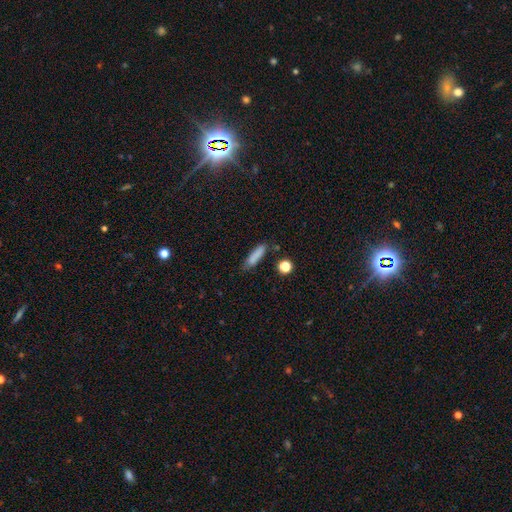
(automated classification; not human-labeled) A smooth galaxy with no disk features (82%) that is cigar-shaped (72%).

Vote fractions:
- Smooth or featured? smooth: 82% / star or artifact: 9% / featured or disk: 9%
- How rounded? cigar-shaped: 72% / in between: 25% / round: 3%
- Merging? none: 72% / minor disturbance: 19% / major disturbance: 4% / merger: 4%